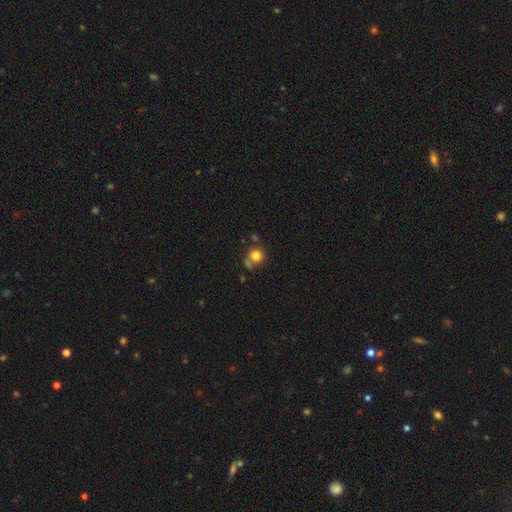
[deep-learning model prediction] Smooth or featured? smooth (80%)
How rounded? round (89%)
Merging? none (63%)